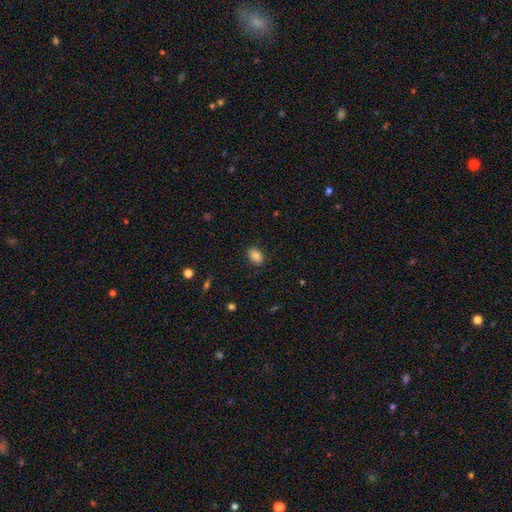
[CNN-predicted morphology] This appears to be a smooth galaxy with no disk features (84%) that is in between round and cigar-shaped (82%). Merging: none (87%).